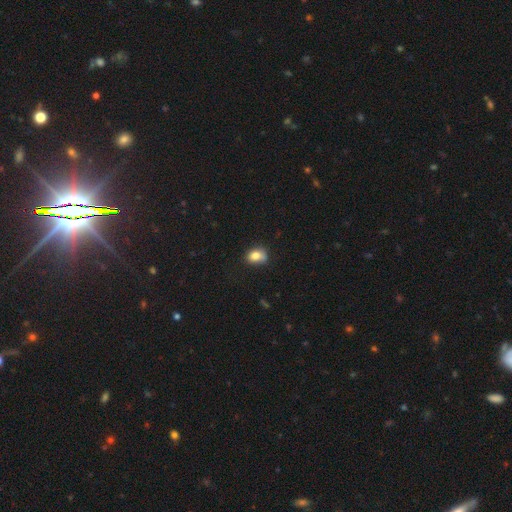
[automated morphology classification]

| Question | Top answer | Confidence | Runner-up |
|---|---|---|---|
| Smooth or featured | smooth | 81% | star or artifact (10%) |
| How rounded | in between | 59% | round (40%) |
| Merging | none | 62% | minor disturbance (29%) |